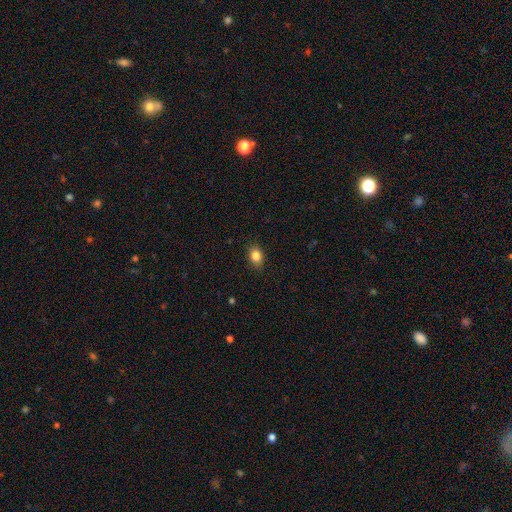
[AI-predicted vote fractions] Smooth or featured? Predicted: smooth (p=0.84). How rounded? Predicted: in between (p=0.72). Merging? Predicted: none (p=0.88).